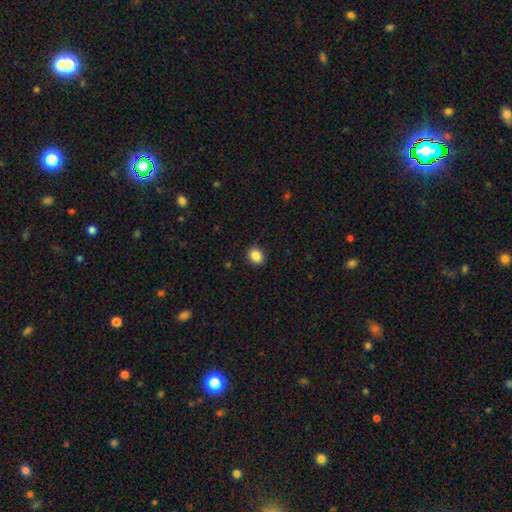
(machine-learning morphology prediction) Smooth or featured? Predicted: smooth (p=0.87). How rounded? Predicted: round (p=0.59). Merging? Predicted: none (p=0.89).